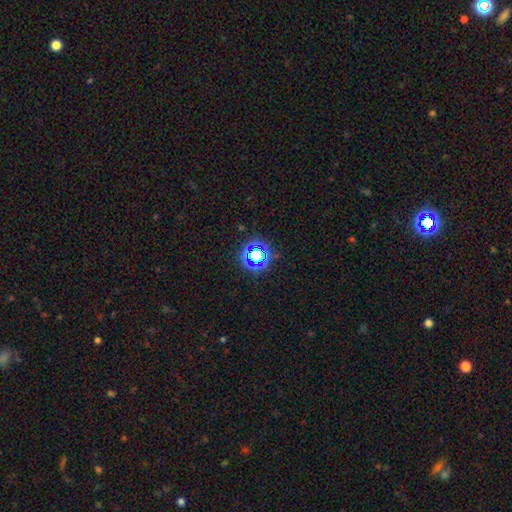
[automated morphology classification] Smooth or featured? Predicted: star or artifact (p=0.61).